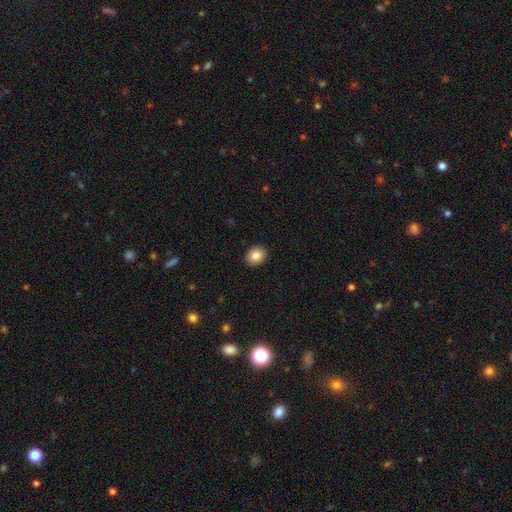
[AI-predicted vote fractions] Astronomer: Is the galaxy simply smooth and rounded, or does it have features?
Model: smooth — 85%.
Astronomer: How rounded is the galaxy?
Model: in between — 51% (runner-up: round, 48%).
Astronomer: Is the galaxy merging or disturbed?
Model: none — 92%.